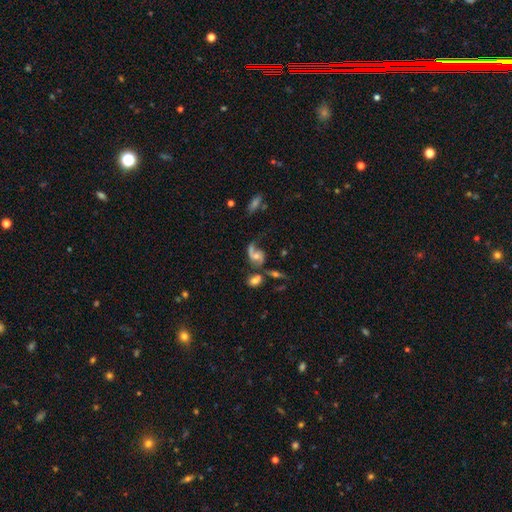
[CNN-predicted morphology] This appears to be a featured or disk galaxy (75%) with no bar (61%), 2 (64%) loose (58%) spiral arms (91%) and a moderate central bulge (51%). Merging: none (35%).